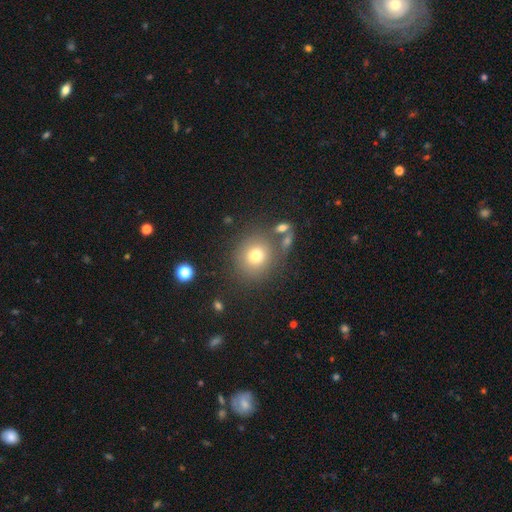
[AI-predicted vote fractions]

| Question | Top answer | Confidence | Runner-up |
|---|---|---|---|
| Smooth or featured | smooth | 75% | star or artifact (13%) |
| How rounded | round | 85% | in between (14%) |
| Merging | none | 74% | minor disturbance (11%) |